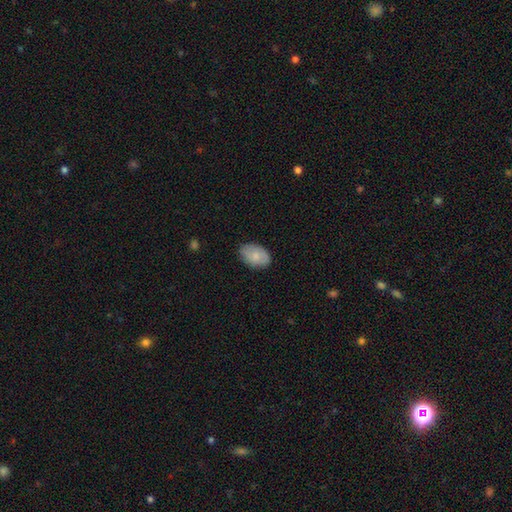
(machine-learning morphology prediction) smooth_or_featured: smooth (p=0.82) [alt: featured or disk p=0.12]
how_rounded: in between (p=0.89) [alt: round p=0.10]
merging: none (p=0.82) [alt: minor disturbance p=0.14]